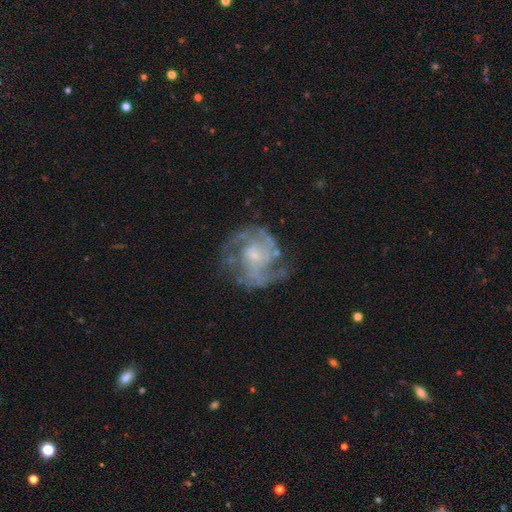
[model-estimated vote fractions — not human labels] The model was most divided on "spiral winding": medium: 49%, tight: 35%, loose: 16%. More confident: edge-on disk — no (98%); spiral arms — yes (92%); smooth or featured — featured or disk (85%); merging — none (66%); bulge size — small (60%); bar — no (58%); spiral arm count — 2 (52%).